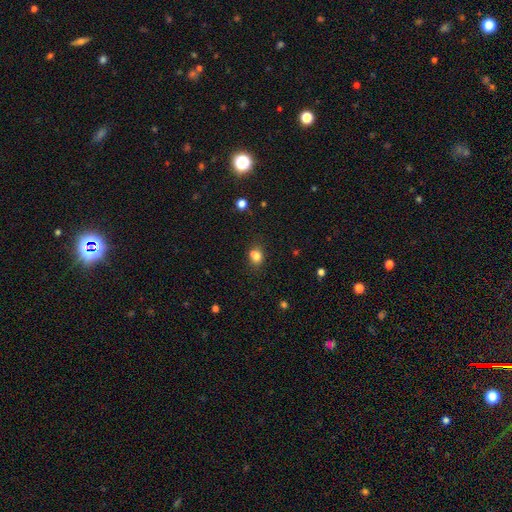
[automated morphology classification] smooth_or_featured: smooth (p=0.75) [alt: star or artifact p=0.14]
how_rounded: round (p=0.56) [alt: in between p=0.43]
merging: none (p=0.46) [alt: merger p=0.37]